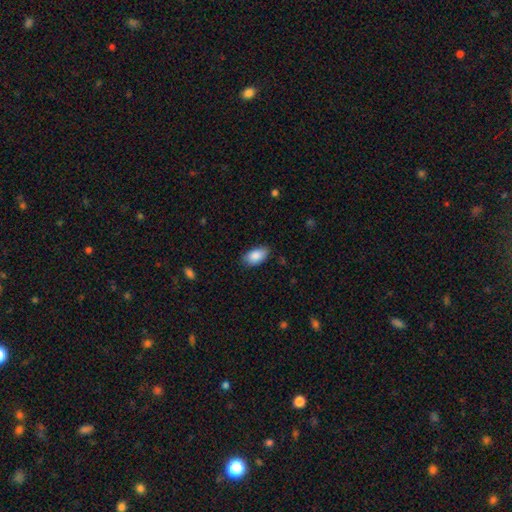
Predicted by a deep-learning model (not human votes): A smooth galaxy with no disk features (87%) that is in between round and cigar-shaped (93%). Merging: none (78%).